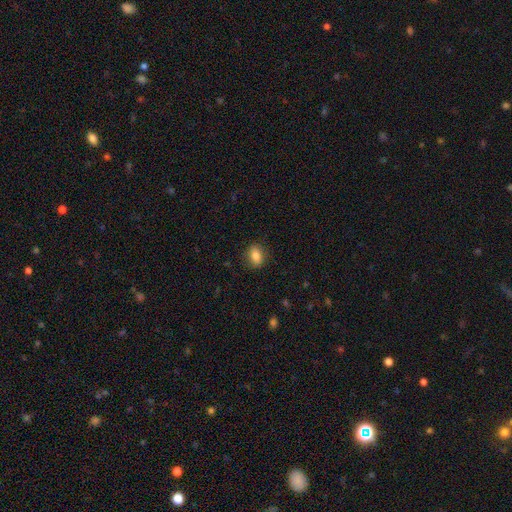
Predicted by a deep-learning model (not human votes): A smooth galaxy with no disk features (83%) that is in between round and cigar-shaped (71%).

Vote fractions:
- Smooth or featured? smooth: 83% / star or artifact: 9% / featured or disk: 8%
- How rounded? in between: 71% / round: 27% / cigar-shaped: 2%
- Merging? none: 86% / minor disturbance: 10% / major disturbance: 3% / merger: 1%